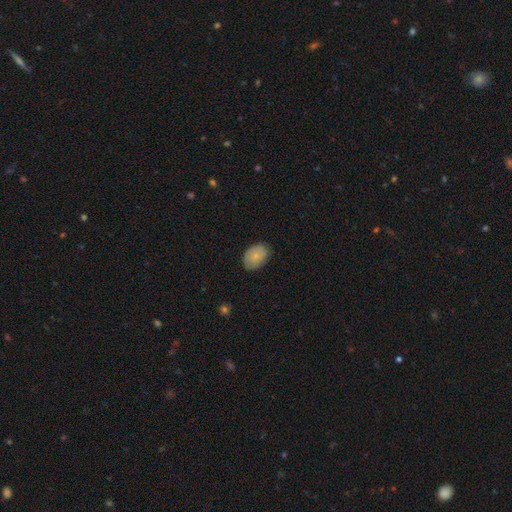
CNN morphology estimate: This is likely a smooth galaxy (71%). How rounded: likely in between (77%). Merging: likely none (80%).